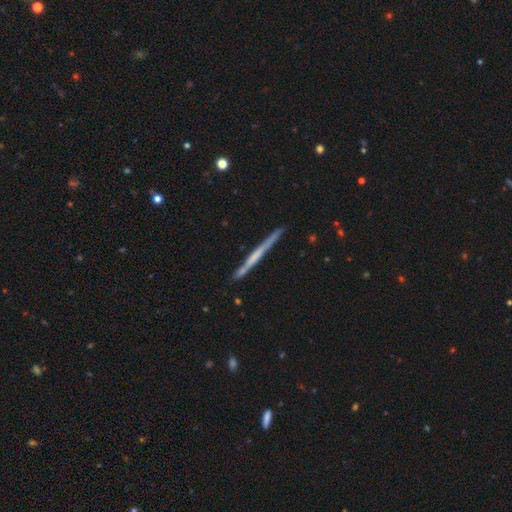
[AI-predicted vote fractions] Smooth or featured? Predicted: featured or disk (p=0.56). Edge-on disk? Predicted: yes (p=0.96). Edge-on bulge? Predicted: none (p=0.79). Merging? Predicted: none (p=0.85).